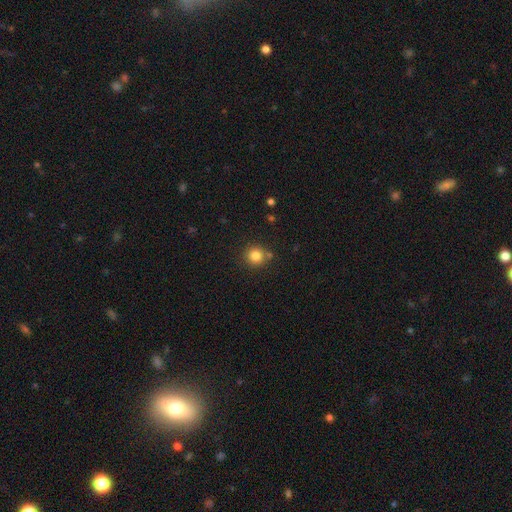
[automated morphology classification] smooth_or_featured: smooth (p=0.82) [alt: star or artifact p=0.12]
how_rounded: round (p=0.93) [alt: in between p=0.06]
merging: none (p=0.80) [alt: minor disturbance p=0.09]